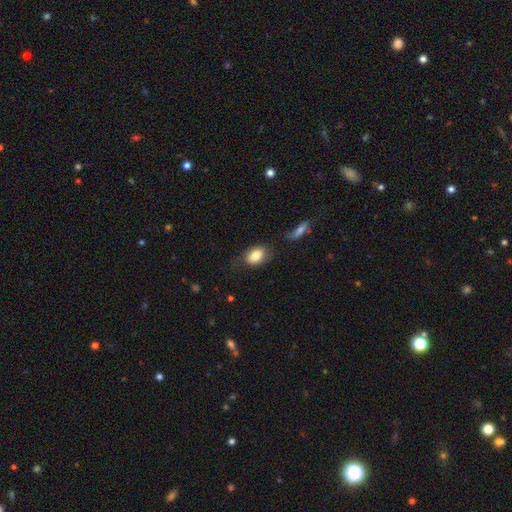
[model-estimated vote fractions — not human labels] Smooth or featured: smooth — 81% (featured or disk — 12%)
How rounded: in between — 86% (round — 12%)
Merging: none — 67% (minor disturbance — 20%)